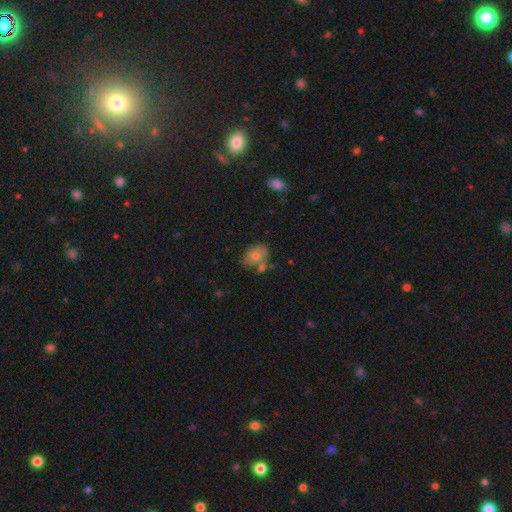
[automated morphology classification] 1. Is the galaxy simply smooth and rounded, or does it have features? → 64% smooth, 27% featured or disk, 9% star or artifact.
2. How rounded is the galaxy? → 73% in between, 26% round, 1% cigar-shaped.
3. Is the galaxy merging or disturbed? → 49% none, 22% minor disturbance, 22% merger, 7% major disturbance.